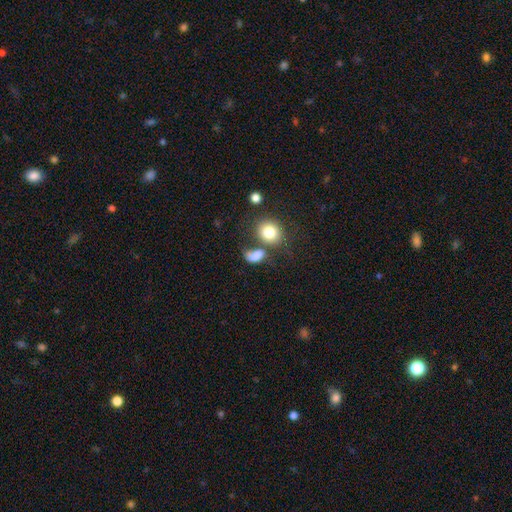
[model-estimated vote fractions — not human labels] smooth 76%, featured or disk 13%, star or artifact 11%. Down the decision tree: how rounded — in between (66%); merging — none (39%).